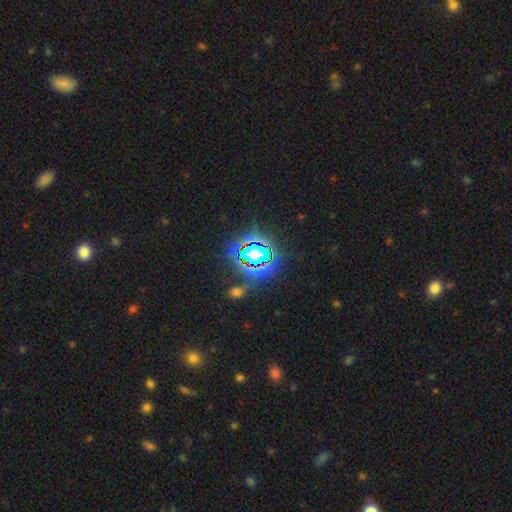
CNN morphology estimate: This is likely a star or artifact rather than a galaxy (71%).